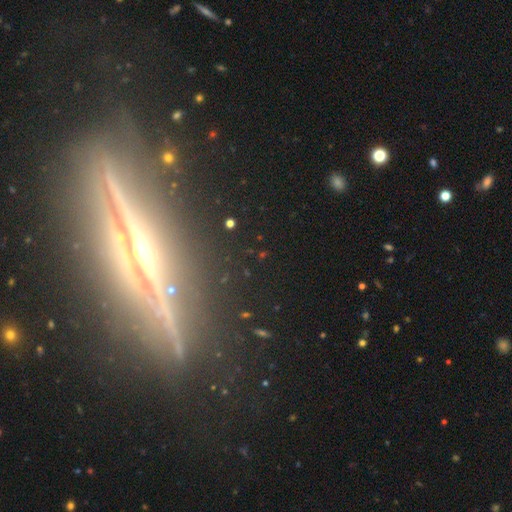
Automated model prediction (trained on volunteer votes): Morphology: type=featured or disk (82%); edge-on=yes (94%); edge-on bulge=rounded (75%); merging=none (83%).